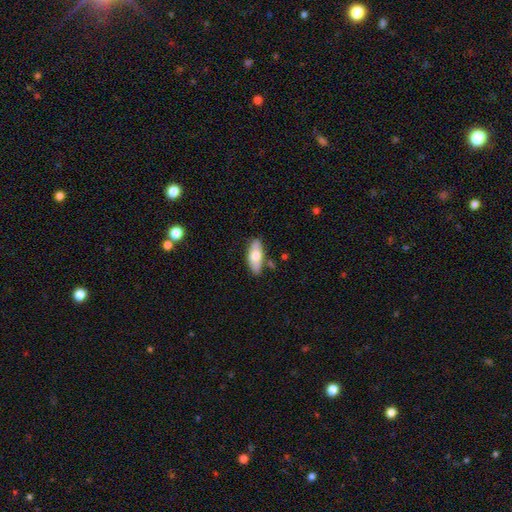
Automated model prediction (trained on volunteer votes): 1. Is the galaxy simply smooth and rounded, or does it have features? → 68% smooth, 26% featured or disk, 6% star or artifact.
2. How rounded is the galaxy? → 82% in between, 16% cigar-shaped, 2% round.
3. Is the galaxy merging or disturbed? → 78% none, 15% minor disturbance, 4% merger, 3% major disturbance.